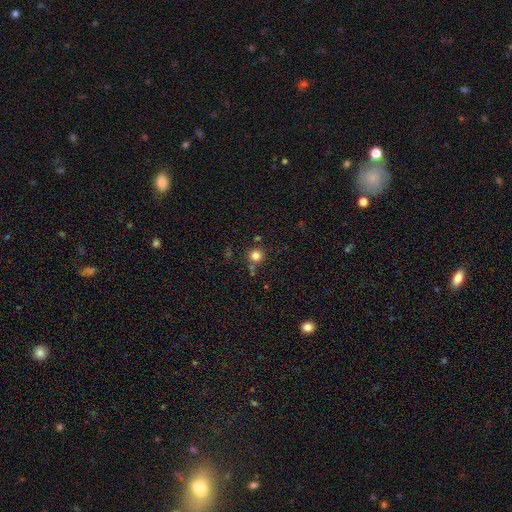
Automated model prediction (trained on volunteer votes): Smooth or featured?
  - smooth: 81% *
  - star or artifact: 14%
  - featured or disk: 5%
How rounded?
  - round: 94% *
  - in between: 5%
  - cigar-shaped: 1%
Merging?
  - none: 79% *
  - minor disturbance: 9%
  - merger: 9%
  - major disturbance: 3%